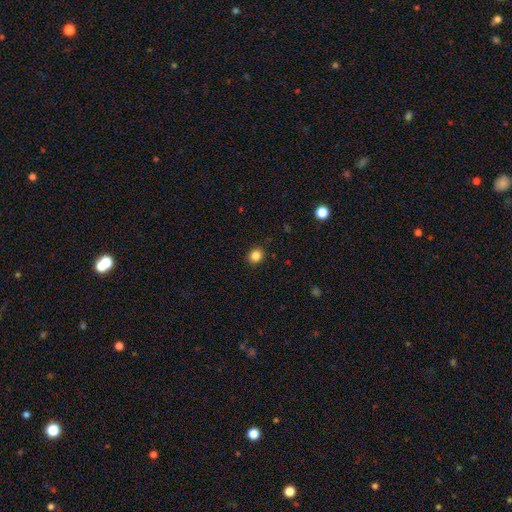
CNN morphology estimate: This appears to be a smooth galaxy with no disk features (85%) that is round (78%). Merging: none (91%).